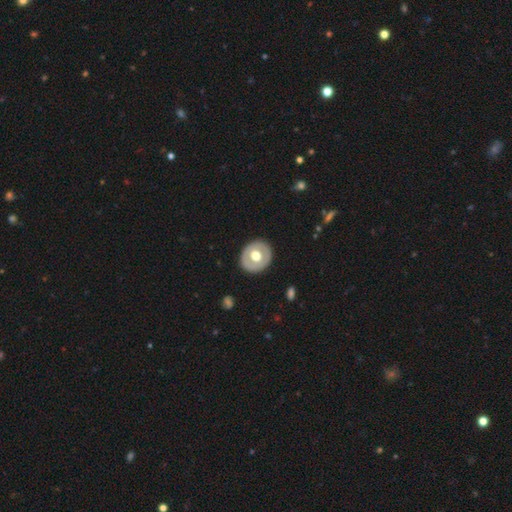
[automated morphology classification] Smooth or featured? smooth (48%)
Merging? none (87%)